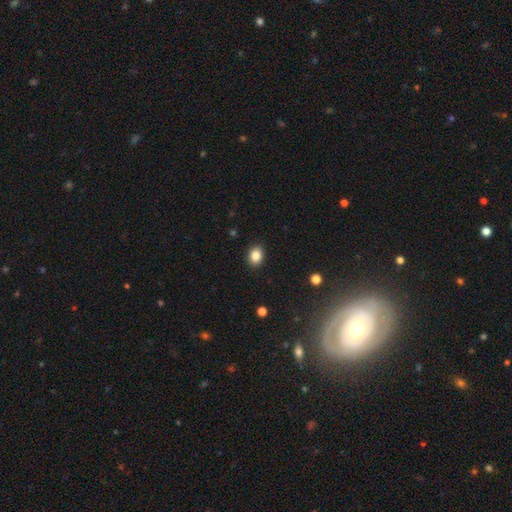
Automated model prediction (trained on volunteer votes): This is clearly a smooth galaxy (86%). How rounded: likely in between (60%). Merging: clearly none (90%).